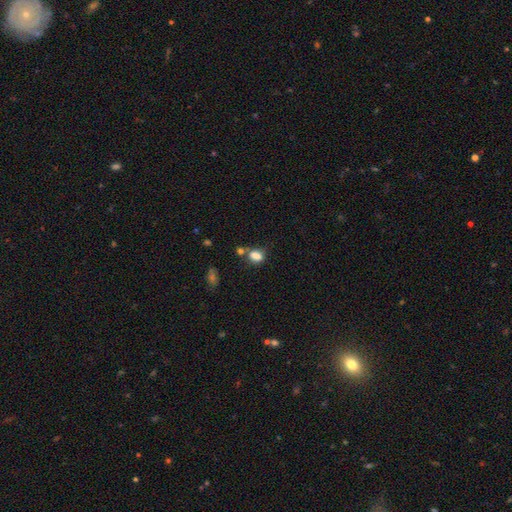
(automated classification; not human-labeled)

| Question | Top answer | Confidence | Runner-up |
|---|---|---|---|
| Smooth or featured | smooth | 79% | star or artifact (13%) |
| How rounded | in between | 68% | round (30%) |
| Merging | none | 48% | merger (24%) |